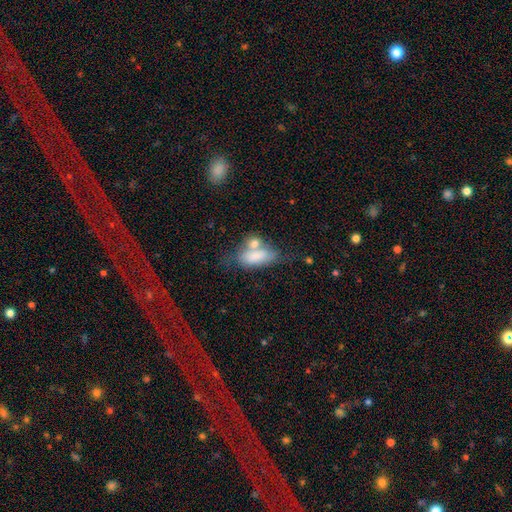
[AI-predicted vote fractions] This appears to be a smooth galaxy with no disk features (73%) that is in between round and cigar-shaped (85%). Merging: merger (42%).